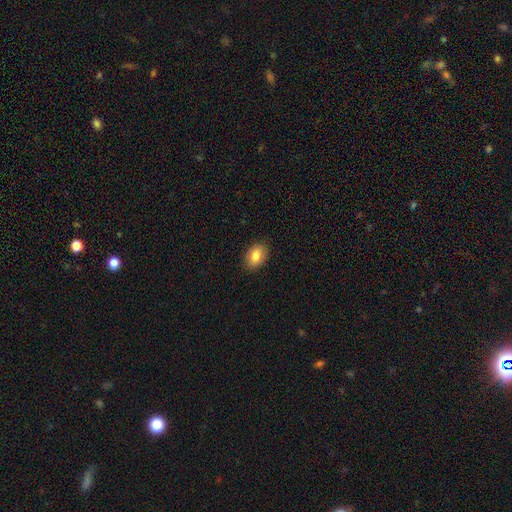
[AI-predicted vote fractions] smooth 85%, star or artifact 8%, featured or disk 7%. Down the decision tree: how rounded — in between (82%); merging — none (89%).